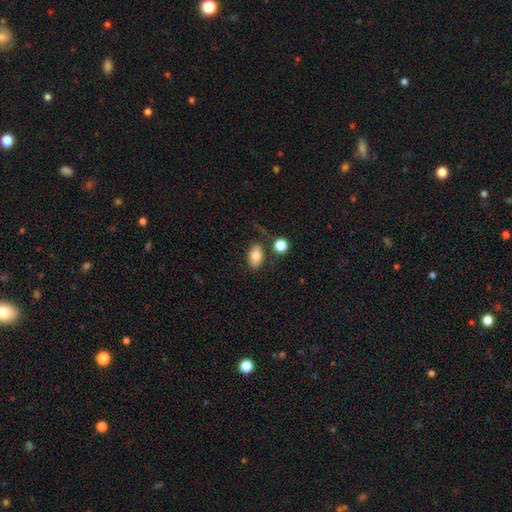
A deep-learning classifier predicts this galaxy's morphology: Q: Smooth or featured?
A: smooth (77%); runner-up: featured or disk (14%)
Q: How rounded?
A: in between (88%); runner-up: round (10%)
Q: Merging?
A: none (68%); runner-up: minor disturbance (15%)